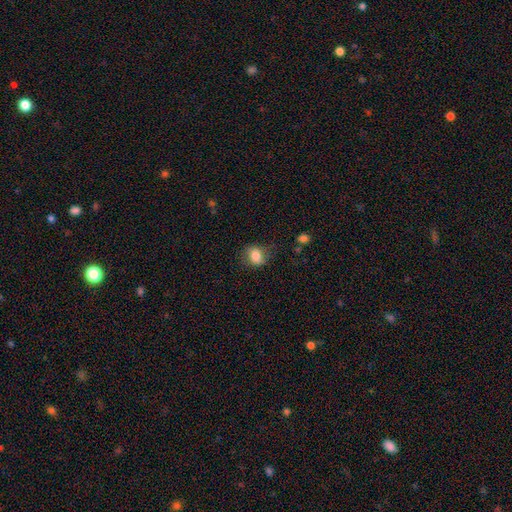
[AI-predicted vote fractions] Smooth or featured: smooth — 82% (star or artifact — 9%)
How rounded: in between — 50% (round — 49%)
Merging: none — 73% (minor disturbance — 20%)